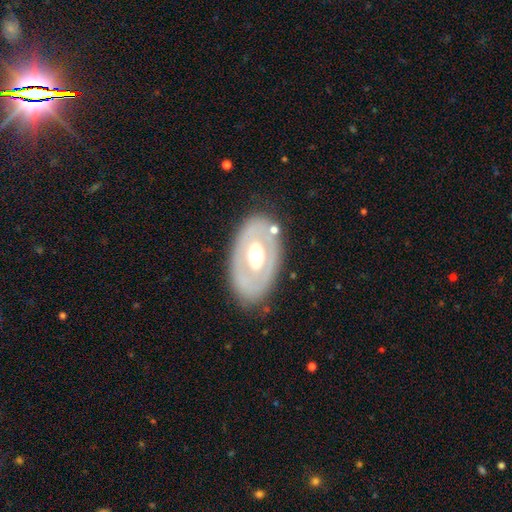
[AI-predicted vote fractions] A featured or disk galaxy (59%) with no bar (77%), no spiral arms (88%) and a moderate central bulge (57%).

Vote fractions:
- Smooth or featured? featured or disk: 59% / smooth: 35% / star or artifact: 6%
- Edge-on disk? no: 88% / yes: 12%
- Bar? no: 77% / weak: 15% / strong: 8%
- Spiral arms? no: 88% / yes: 12%
- Bulge size? moderate: 57% / large: 34% / small: 5% / dominant: 3% / none: 1%
- Merging? none: 78% / minor disturbance: 13% / major disturbance: 6% / merger: 3%